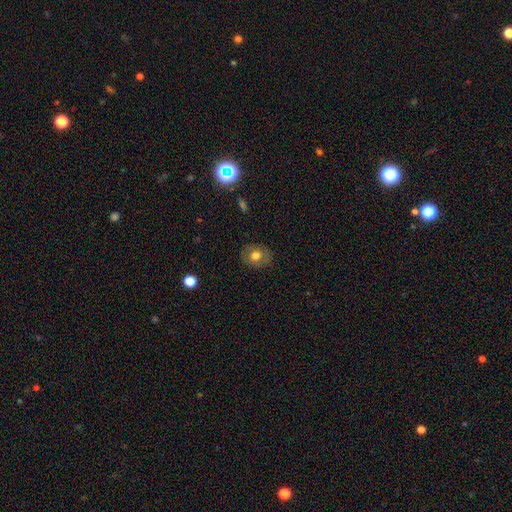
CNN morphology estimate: A smooth galaxy with no disk features (70%) that is round (57%). Merging: none (85%).